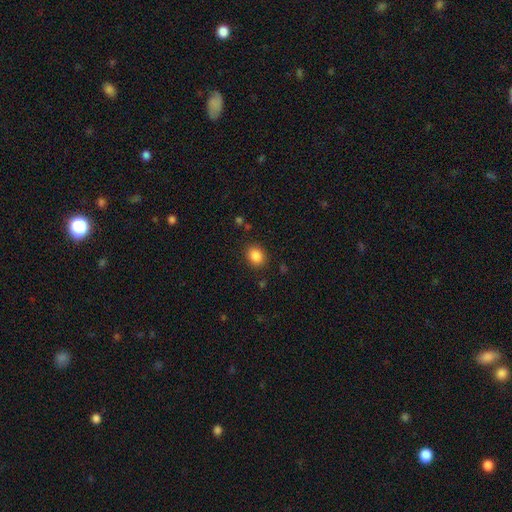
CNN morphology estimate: Overall: smooth (87%). How rounded: round (53%; in between 46%). Merging: none (87%).